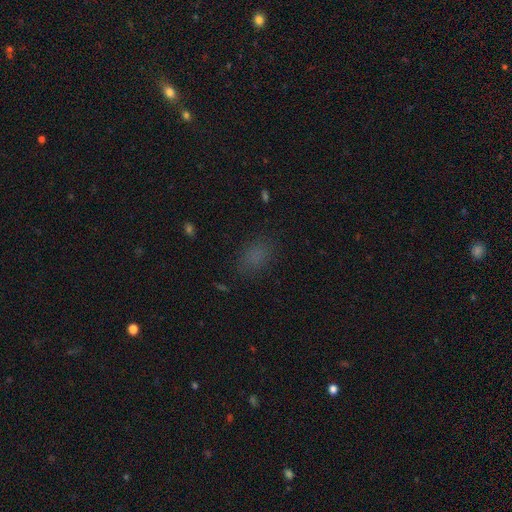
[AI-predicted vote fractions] This is likely a smooth galaxy (75%). How rounded: clearly in between (81%). Merging: likely none (78%).